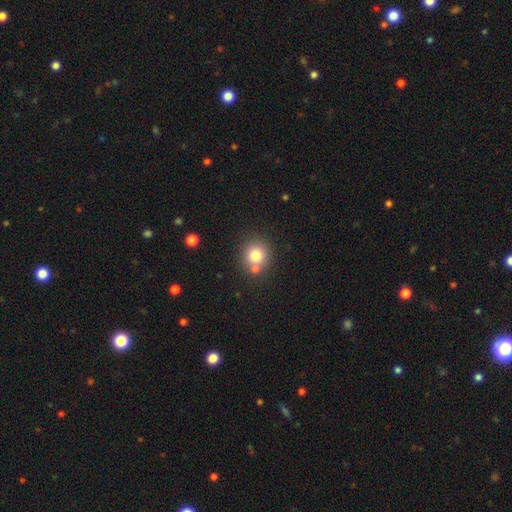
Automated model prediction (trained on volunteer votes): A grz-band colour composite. It shows a smooth galaxy with no disk features (78%) that is round (88%). Merging: none (68%).